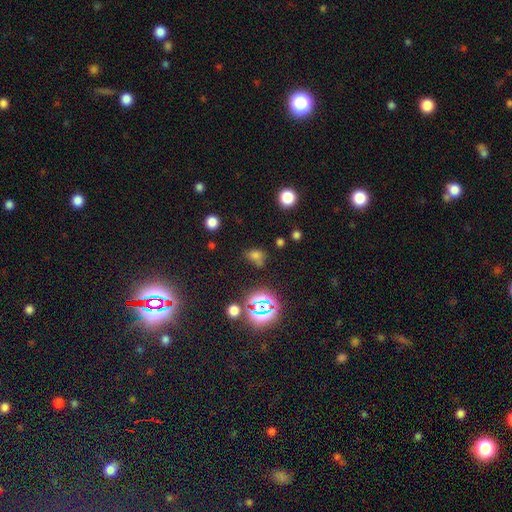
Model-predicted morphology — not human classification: smooth-or-featured: smooth: 60% | star or artifact: 31% | featured or disk: 9%
  how-rounded: in between: 59% | round: 39% | cigar-shaped: 2%
  merging: none: 57% | merger: 18% | minor disturbance: 17% | major disturbance: 8%